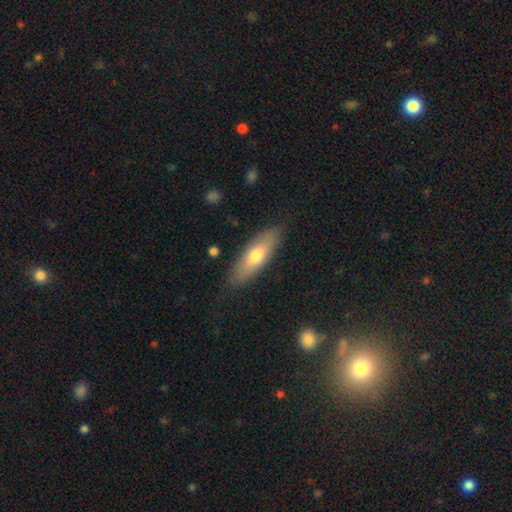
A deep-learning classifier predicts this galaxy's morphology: Smooth or featured: smooth — 66% (featured or disk — 28%)
How rounded: in between — 57% (cigar-shaped — 40%)
Merging: none — 84% (minor disturbance — 12%)